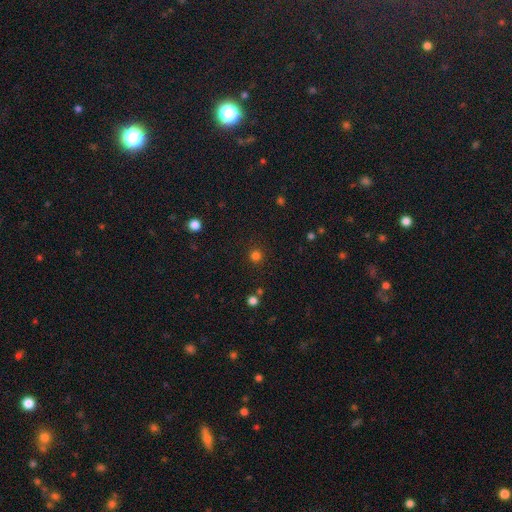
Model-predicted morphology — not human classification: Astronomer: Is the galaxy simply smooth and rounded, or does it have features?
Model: smooth — 79%.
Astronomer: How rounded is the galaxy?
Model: round — 94%.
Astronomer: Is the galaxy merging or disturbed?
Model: none — 89%.